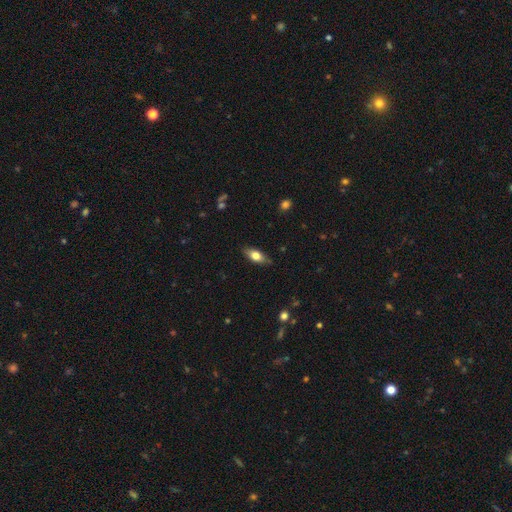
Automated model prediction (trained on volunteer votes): smooth_or_featured: smooth (p=0.67) [alt: featured or disk p=0.26]
how_rounded: in between (p=0.79) [alt: cigar-shaped p=0.17]
merging: none (p=0.83) [alt: minor disturbance p=0.13]